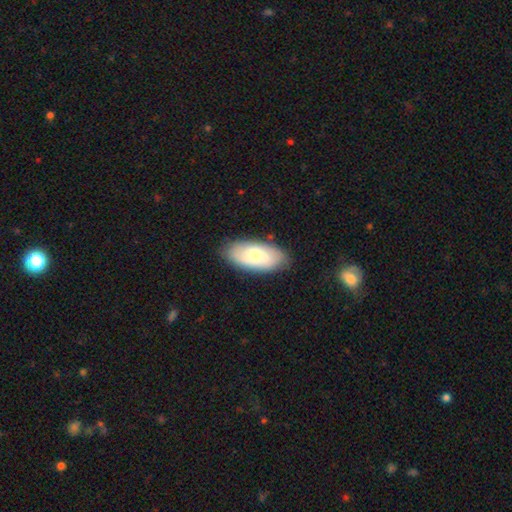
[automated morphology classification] Smooth or featured: smooth — 63% (featured or disk — 30%)
How rounded: in between — 91% (cigar-shaped — 6%)
Merging: none — 83% (minor disturbance — 13%)